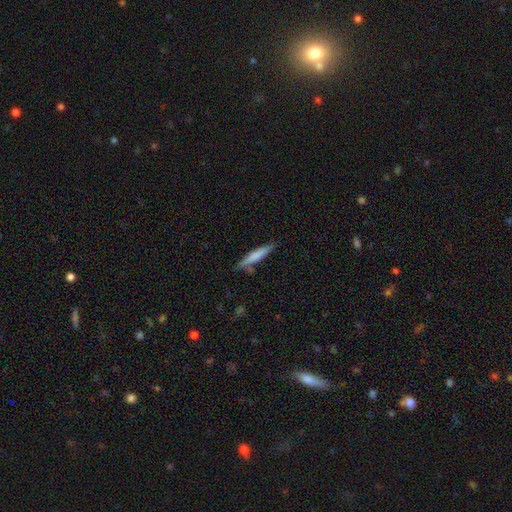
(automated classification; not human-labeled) Smooth or featured: smooth — 70% (featured or disk — 24%)
How rounded: cigar-shaped — 90% (in between — 9%)
Merging: none — 78% (minor disturbance — 14%)